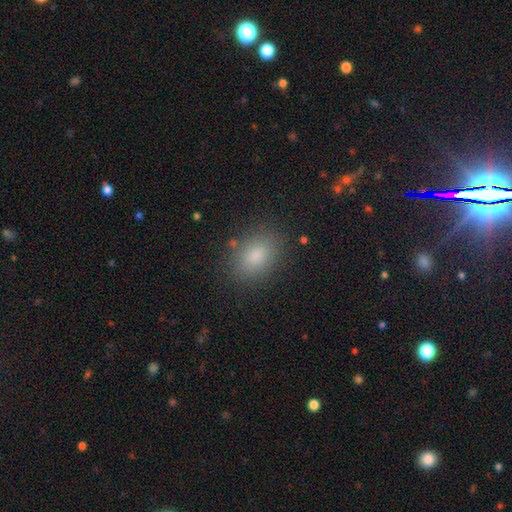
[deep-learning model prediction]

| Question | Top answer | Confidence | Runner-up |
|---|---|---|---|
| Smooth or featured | smooth | 83% | star or artifact (10%) |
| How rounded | in between | 76% | round (23%) |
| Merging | none | 84% | minor disturbance (11%) |